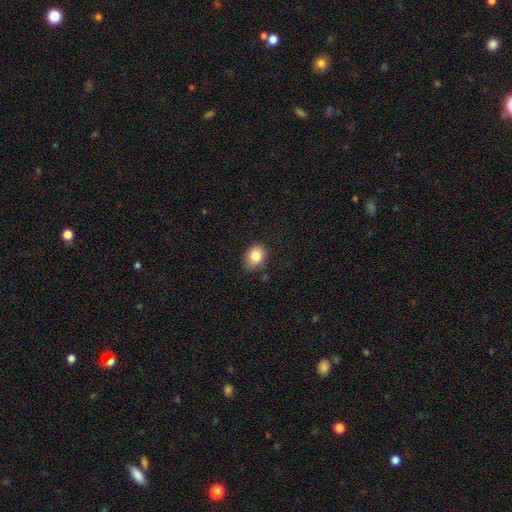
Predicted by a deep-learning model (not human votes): smooth-or-featured: smooth: 84% | star or artifact: 9% | featured or disk: 7%
  how-rounded: in between: 64% | round: 35% | cigar-shaped: 1%
  merging: none: 76% | minor disturbance: 19% | major disturbance: 3% | merger: 2%